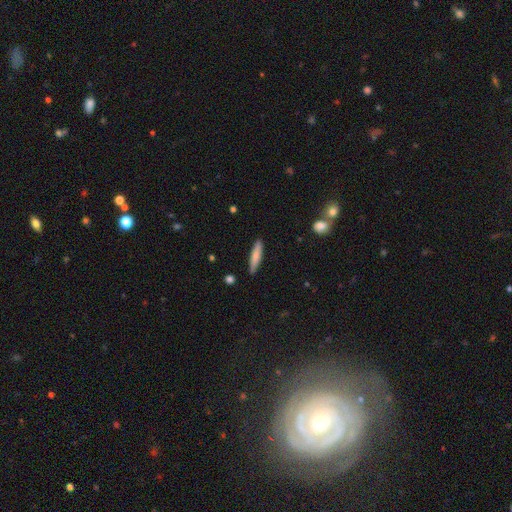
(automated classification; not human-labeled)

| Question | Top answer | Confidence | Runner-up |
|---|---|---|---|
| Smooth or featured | smooth | 76% | featured or disk (18%) |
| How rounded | cigar-shaped | 86% | in between (13%) |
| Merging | none | 87% | minor disturbance (10%) |